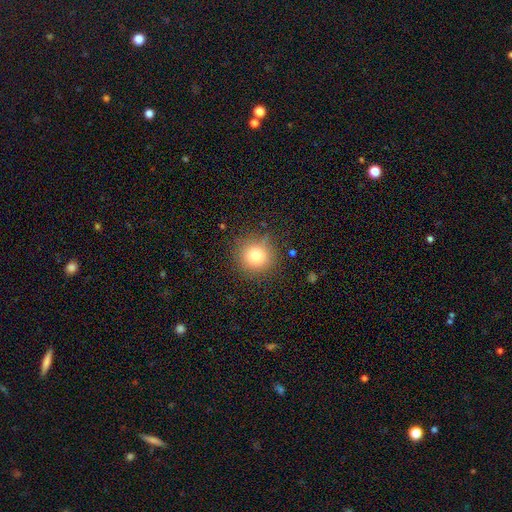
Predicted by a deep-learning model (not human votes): A smooth galaxy with no disk features (78%) that is round (94%). Merging: none (85%).